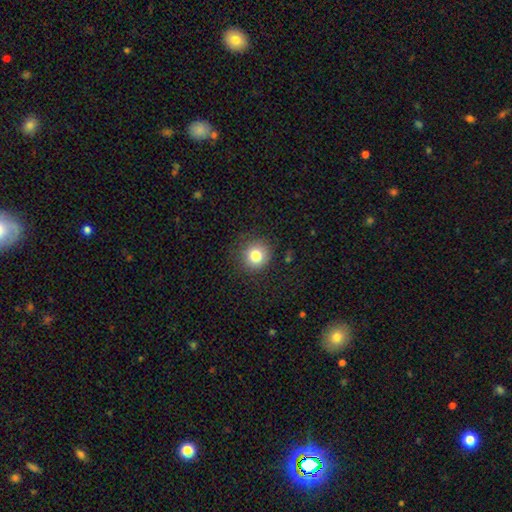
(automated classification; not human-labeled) A smooth galaxy with no disk features (81%) that is round (92%).

Vote fractions:
- Smooth or featured? smooth: 81% / star or artifact: 11% / featured or disk: 8%
- How rounded? round: 92% / in between: 8% / cigar-shaped: 1%
- Merging? none: 87% / minor disturbance: 9% / major disturbance: 3% / merger: 1%